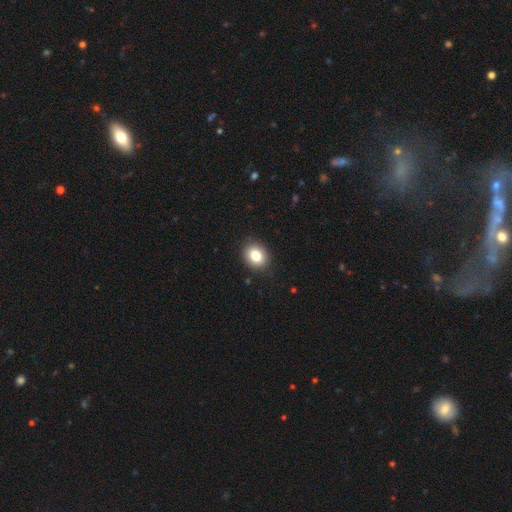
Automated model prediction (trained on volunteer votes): Q: Smooth or featured?
A: smooth (82%); runner-up: star or artifact (10%)
Q: How rounded?
A: round (60%); runner-up: in between (39%)
Q: Merging?
A: none (91%); runner-up: minor disturbance (7%)